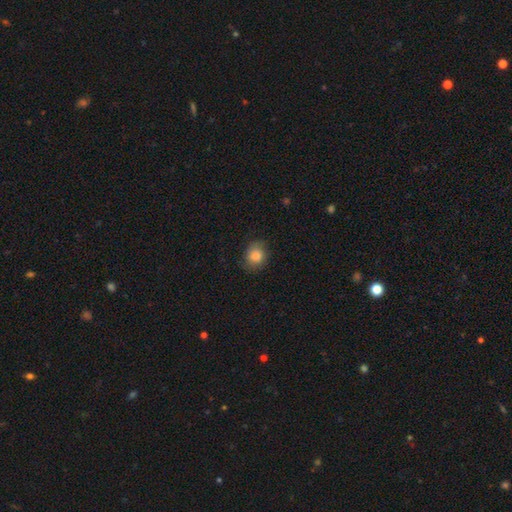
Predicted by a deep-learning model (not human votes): smooth-or-featured: smooth: 84% | star or artifact: 9% | featured or disk: 7%
  how-rounded: round: 66% | in between: 33% | cigar-shaped: 1%
  merging: none: 76% | minor disturbance: 18% | major disturbance: 5% | merger: 1%